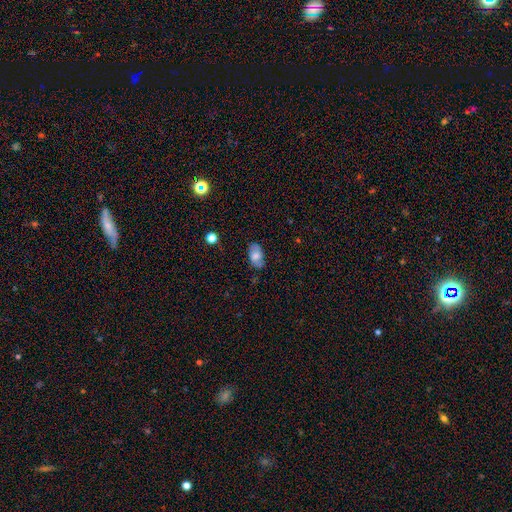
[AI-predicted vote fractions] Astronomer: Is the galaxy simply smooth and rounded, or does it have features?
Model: smooth — 66%.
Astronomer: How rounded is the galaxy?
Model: in between — 92%.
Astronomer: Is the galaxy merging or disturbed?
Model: none — 74%.